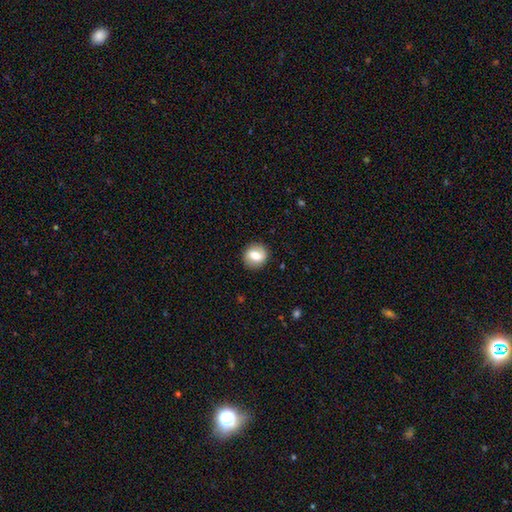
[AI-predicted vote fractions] smooth 64%, featured or disk 28%, star or artifact 8%. Down the decision tree: how rounded — round (83%); merging — none (87%).